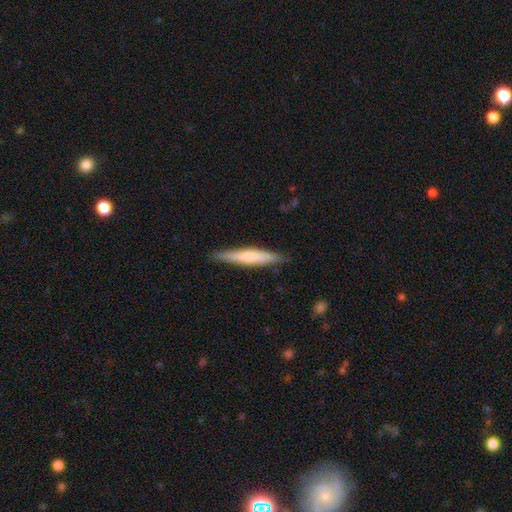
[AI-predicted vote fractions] A smooth galaxy with no disk features (61%) that is cigar-shaped (91%).

Vote fractions:
- Smooth or featured? smooth: 61% / featured or disk: 34% / star or artifact: 5%
- How rounded? cigar-shaped: 91% / in between: 8% / round: 1%
- Merging? none: 87% / minor disturbance: 9% / major disturbance: 2% / merger: 1%